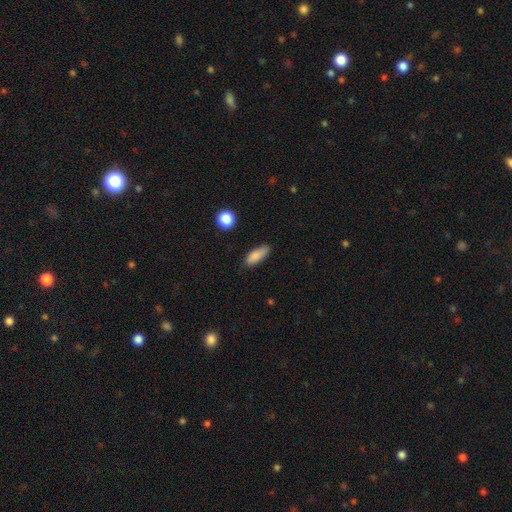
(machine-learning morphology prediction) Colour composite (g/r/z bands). It shows a smooth galaxy with no disk features (85%) that is in between round and cigar-shaped (69%). Merging: none (75%).